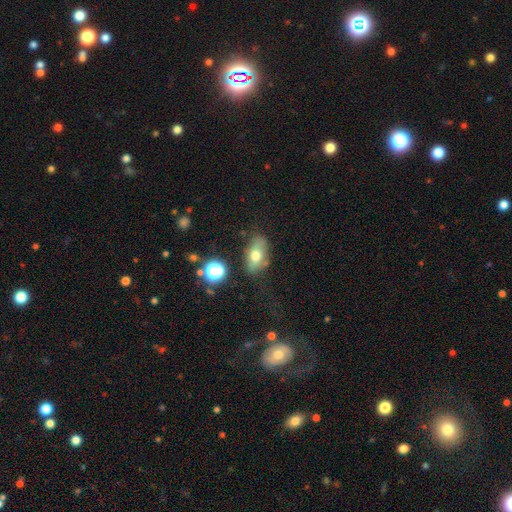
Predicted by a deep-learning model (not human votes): smooth_or_featured: smooth (p=0.65) [alt: featured or disk p=0.23]
how_rounded: in between (p=0.85) [alt: round p=0.12]
merging: none (p=0.68) [alt: minor disturbance p=0.20]